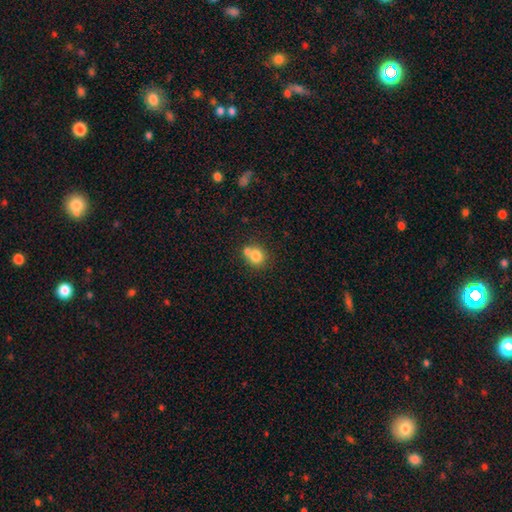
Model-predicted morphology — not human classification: This appears to be a smooth galaxy with no disk features (78%) that is round (77%). Merging: none (47%).